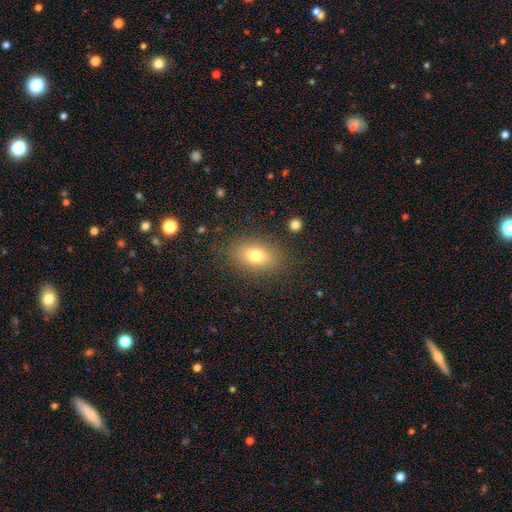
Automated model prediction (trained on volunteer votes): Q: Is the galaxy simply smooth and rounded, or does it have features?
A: smooth — 76%.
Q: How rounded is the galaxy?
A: in between — 83%.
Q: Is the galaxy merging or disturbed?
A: none — 85%.